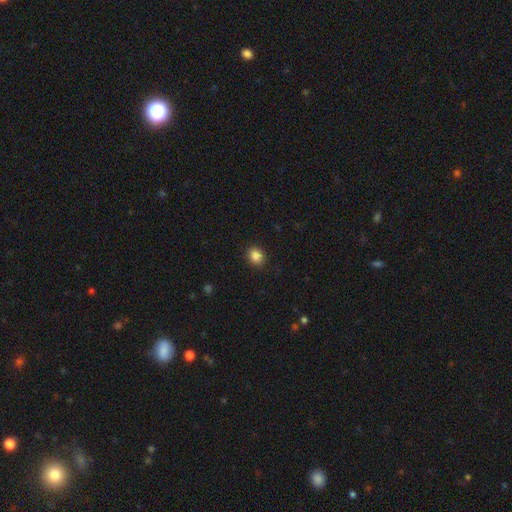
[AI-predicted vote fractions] Smooth or featured? smooth (86%)
How rounded? round (61%)
Merging? none (90%)